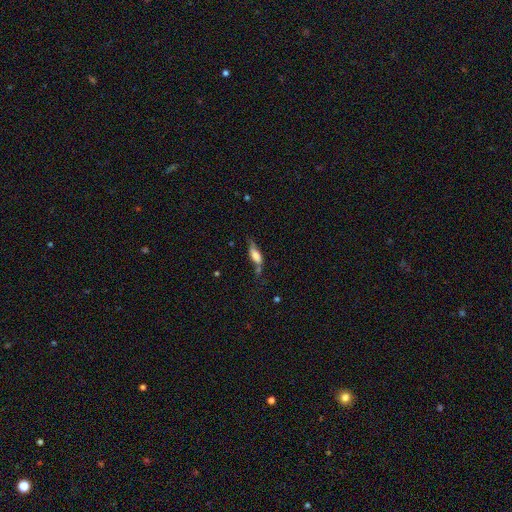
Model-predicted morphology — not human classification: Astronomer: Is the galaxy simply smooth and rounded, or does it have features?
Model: smooth — 61%.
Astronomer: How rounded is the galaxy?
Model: in between — 60% (runner-up: cigar-shaped, 37%).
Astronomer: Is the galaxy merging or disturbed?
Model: none — 42% (runner-up: minor disturbance, 31%).